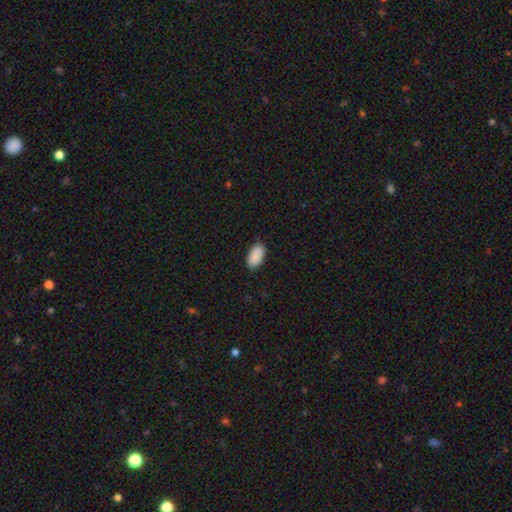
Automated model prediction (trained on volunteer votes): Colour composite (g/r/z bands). It shows a smooth galaxy with no disk features (89%) that is in between round and cigar-shaped (95%). Merging: none (84%).